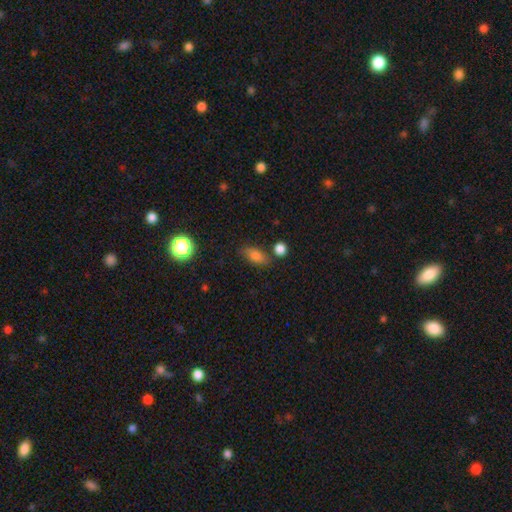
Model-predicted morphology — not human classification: Overall: smooth (79%). How rounded: in between (80%). Merging: none (69%).